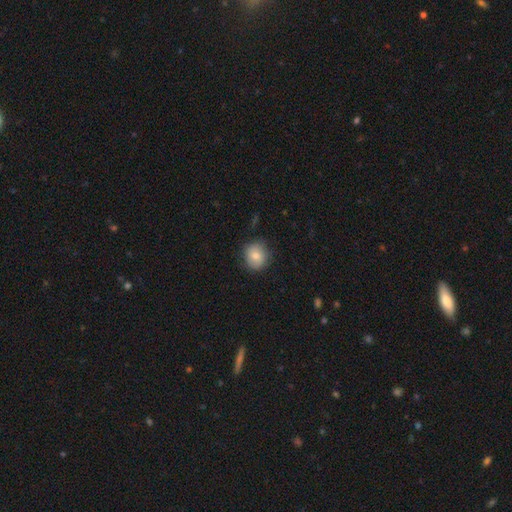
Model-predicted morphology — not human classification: Smooth or featured: smooth — 77% (featured or disk — 14%)
How rounded: round — 81% (in between — 18%)
Merging: none — 81% (minor disturbance — 14%)